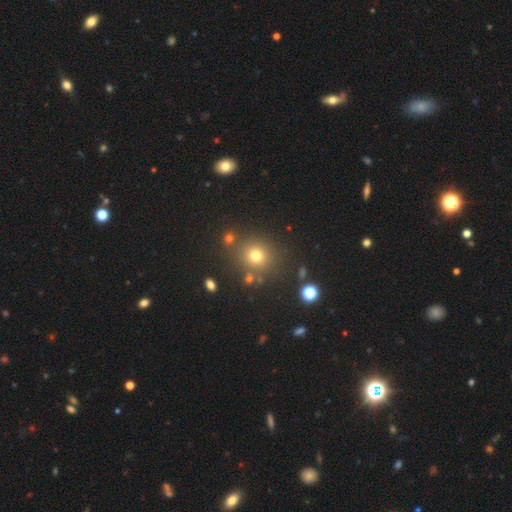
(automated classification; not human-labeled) The model was most divided on "smooth or featured": smooth: 72%, star or artifact: 20%, featured or disk: 8%. More confident: how rounded — round (86%); merging — none (80%).